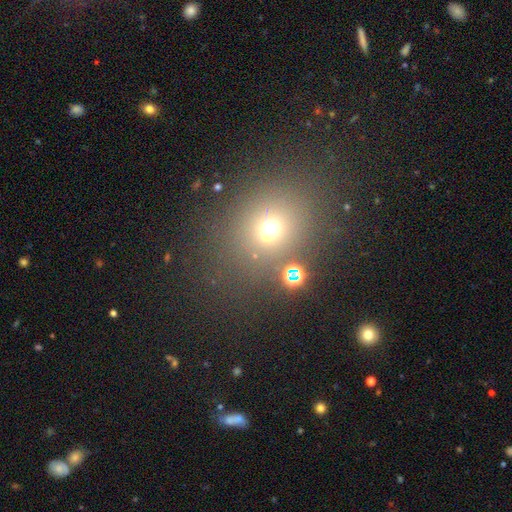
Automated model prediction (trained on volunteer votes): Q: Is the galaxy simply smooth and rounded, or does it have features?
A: smooth — 59%.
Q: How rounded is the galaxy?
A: round — 74%.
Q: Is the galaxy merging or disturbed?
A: none — 66%.